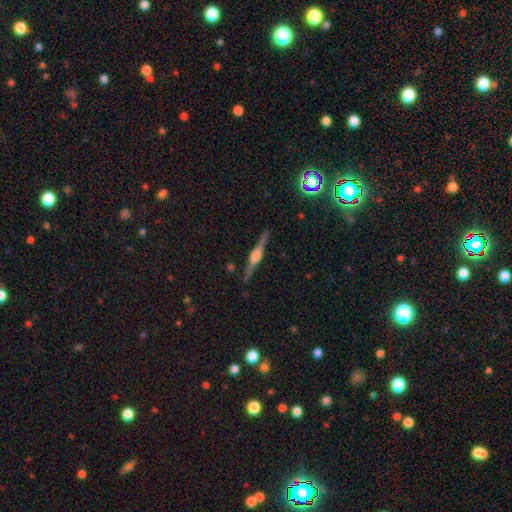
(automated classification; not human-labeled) Smooth or featured?
  - featured or disk: 84% *
  - smooth: 10%
  - star or artifact: 6%
Edge-on disk?
  - yes: 98% *
  - no: 2%
Edge-on bulge?
  - rounded: 83% *
  - boxy: 14%
  - none: 3%
Merging?
  - none: 90% *
  - minor disturbance: 7%
  - major disturbance: 2%
  - merger: 1%